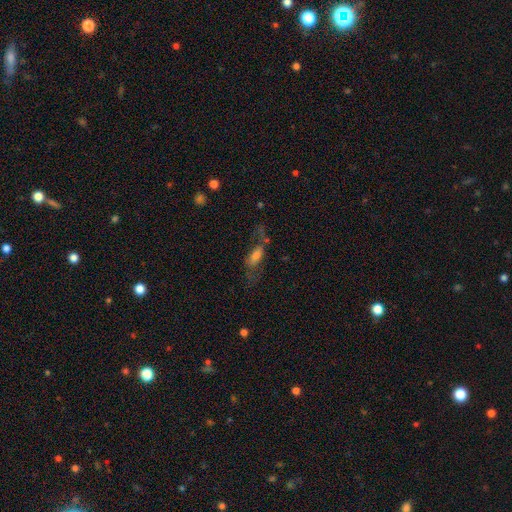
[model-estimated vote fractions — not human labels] Smooth or featured?
  - smooth: 54% *
  - featured or disk: 33%
  - star or artifact: 13%
How rounded?
  - in between: 68% *
  - cigar-shaped: 28%
  - round: 4%
Merging?
  - none: 40% *
  - major disturbance: 32%
  - minor disturbance: 20%
  - merger: 8%